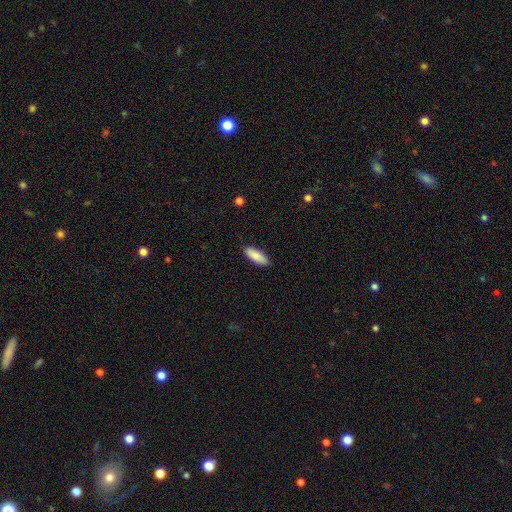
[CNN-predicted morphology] Smooth or featured?
  - smooth: 89% *
  - star or artifact: 6%
  - featured or disk: 6%
How rounded?
  - in between: 72% *
  - cigar-shaped: 27%
  - round: 2%
Merging?
  - none: 88% *
  - minor disturbance: 9%
  - major disturbance: 2%
  - merger: 1%